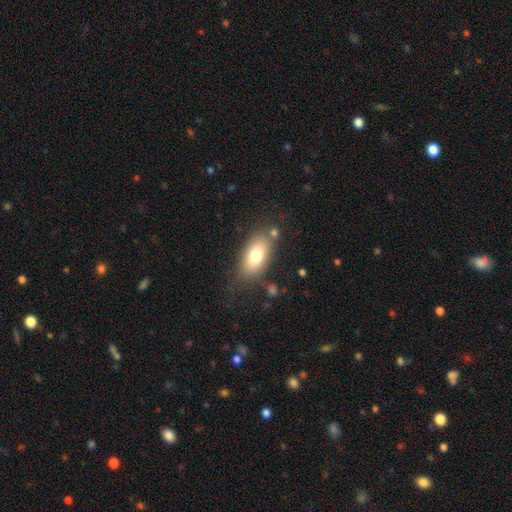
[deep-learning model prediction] Smooth or featured? smooth (76%)
How rounded? in between (89%)
Merging? none (73%)